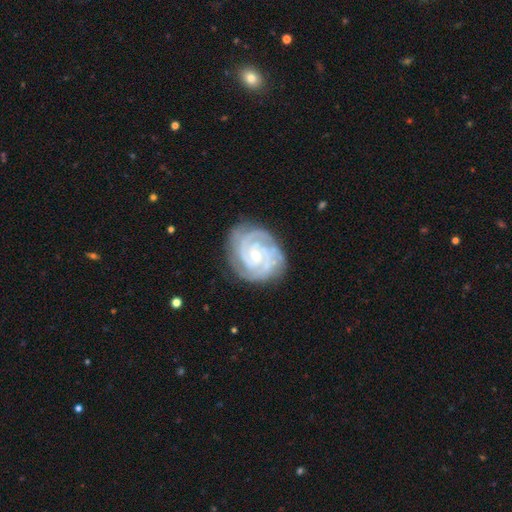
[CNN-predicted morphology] type=featured or disk (91%); edge-on=no (98%); bar=no (63%); spiral arms=yes (98%); winding=tight (77%); arm count=3 (37%); bulge=small (61%); merging=none (79%).